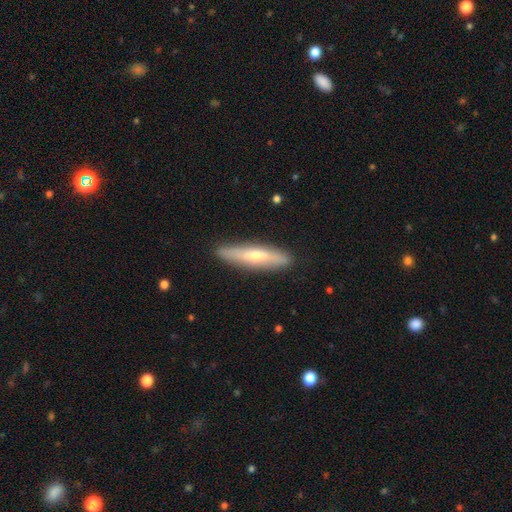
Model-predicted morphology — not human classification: Smooth or featured: featured or disk — 51% (smooth — 42%)
Edge-on disk: yes — 84% (no — 16%)
Merging: none — 88% (minor disturbance — 9%)